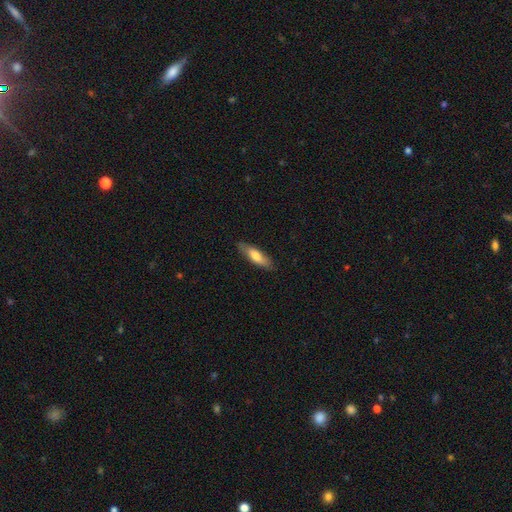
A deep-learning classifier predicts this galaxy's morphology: Smooth or featured? Predicted: smooth (p=0.69). How rounded? Predicted: cigar-shaped (p=0.56). Merging? Predicted: none (p=0.83).